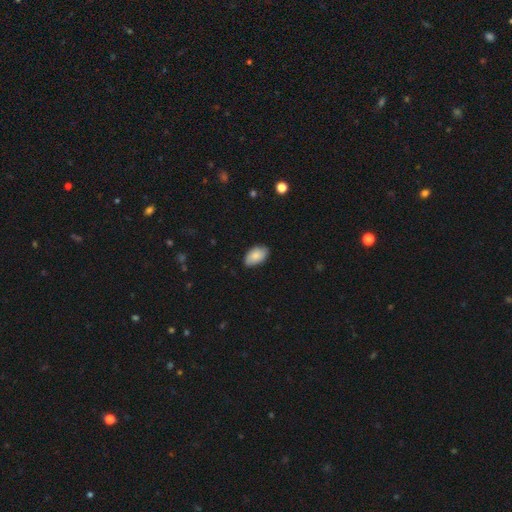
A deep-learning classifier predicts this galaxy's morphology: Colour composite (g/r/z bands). It shows a smooth galaxy with no disk features (84%) that is in between round and cigar-shaped (94%). Merging: none (83%).